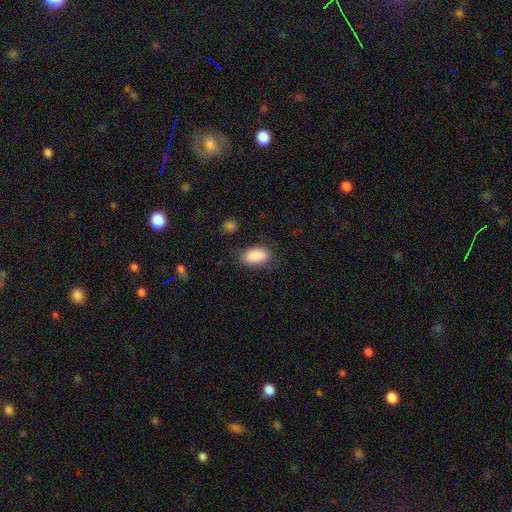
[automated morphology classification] Overall: smooth (89%). How rounded: in between (93%). Merging: none (73%).